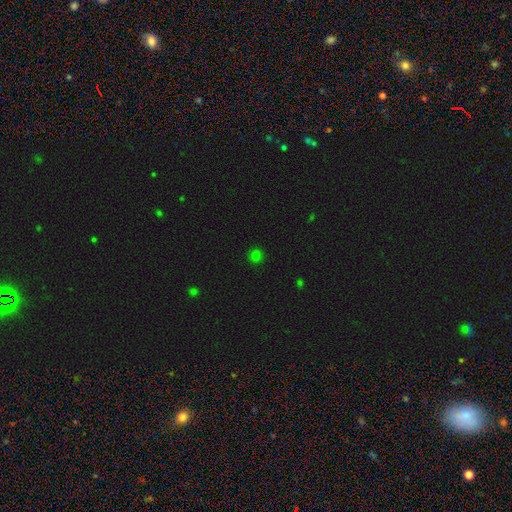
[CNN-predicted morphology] This appears to be a smooth galaxy with no disk features (75%) that is round (89%). Merging: none (90%).